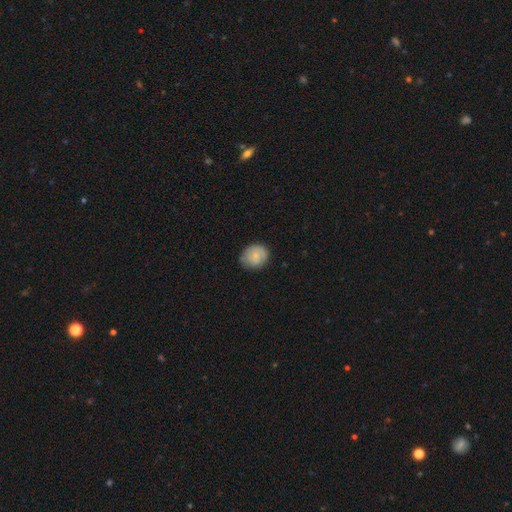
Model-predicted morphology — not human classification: Q: Smooth or featured?
A: smooth (77%); runner-up: featured or disk (16%)
Q: How rounded?
A: round (72%); runner-up: in between (28%)
Q: Merging?
A: none (76%); runner-up: minor disturbance (19%)